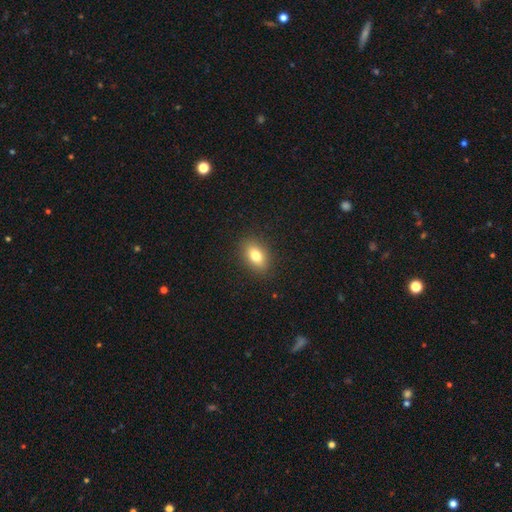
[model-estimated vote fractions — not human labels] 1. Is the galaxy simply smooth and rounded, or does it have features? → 77% smooth, 13% featured or disk, 10% star or artifact.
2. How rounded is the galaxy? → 82% in between, 15% round, 3% cigar-shaped.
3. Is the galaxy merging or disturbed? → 89% none, 8% minor disturbance, 2% major disturbance, 1% merger.